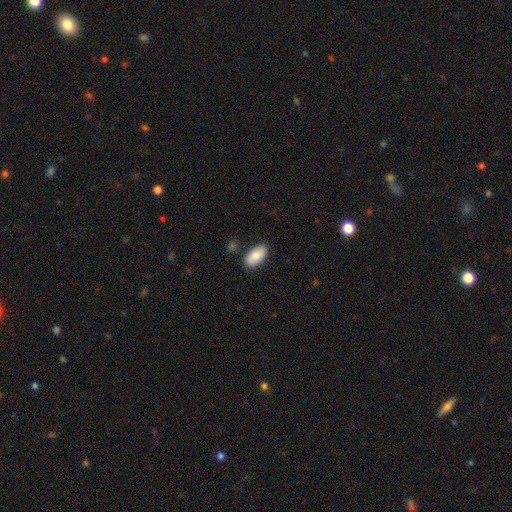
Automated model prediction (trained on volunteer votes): Smooth or featured? smooth (80%)
How rounded? in between (94%)
Merging? none (82%)